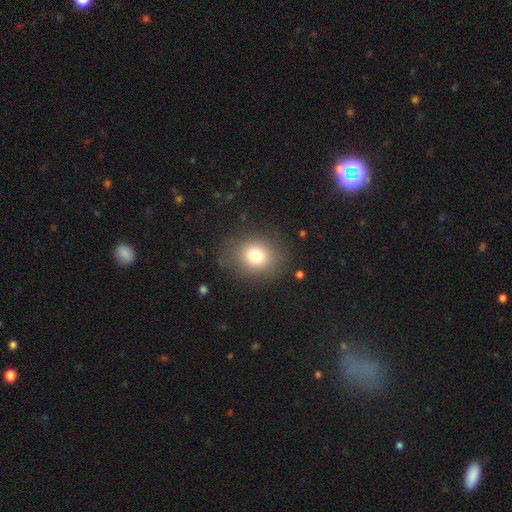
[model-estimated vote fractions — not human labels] Smooth or featured? smooth (78%)
How rounded? round (66%)
Merging? none (80%)